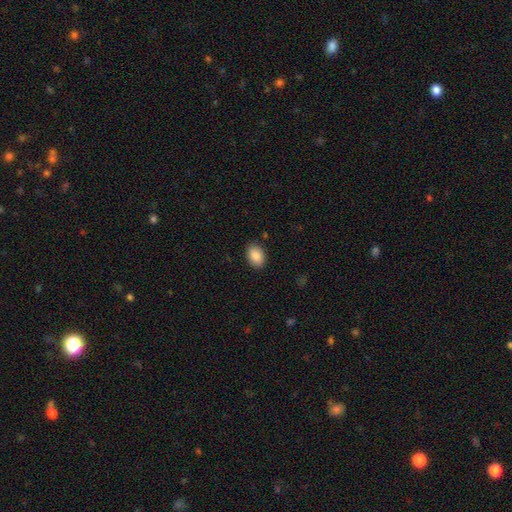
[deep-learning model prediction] smooth-or-featured: smooth: 87% | star or artifact: 7% | featured or disk: 5%
  how-rounded: in between: 84% | round: 15% | cigar-shaped: 1%
  merging: none: 88% | minor disturbance: 8% | major disturbance: 2% | merger: 1%